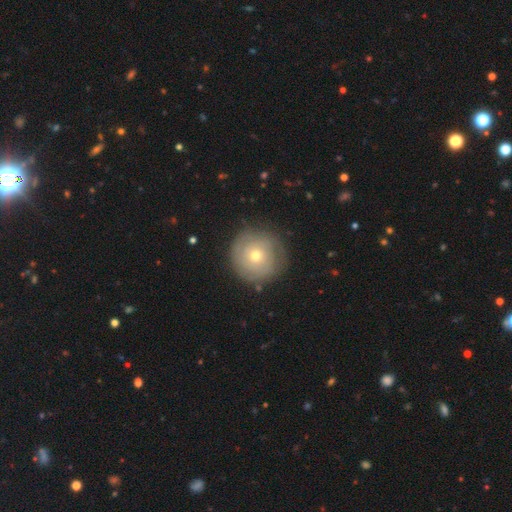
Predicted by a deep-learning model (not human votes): Smooth or featured: featured or disk — 50% (smooth — 42%)
Merging: none — 81% (minor disturbance — 13%)